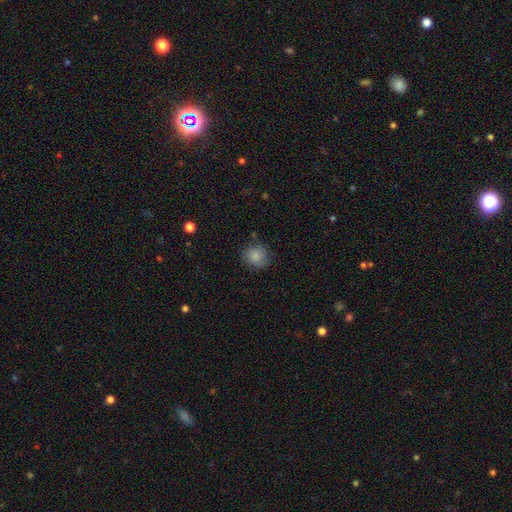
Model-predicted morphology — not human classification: Smooth or featured? Predicted: smooth (p=0.84). How rounded? Predicted: round (p=0.84). Merging? Predicted: none (p=0.77).